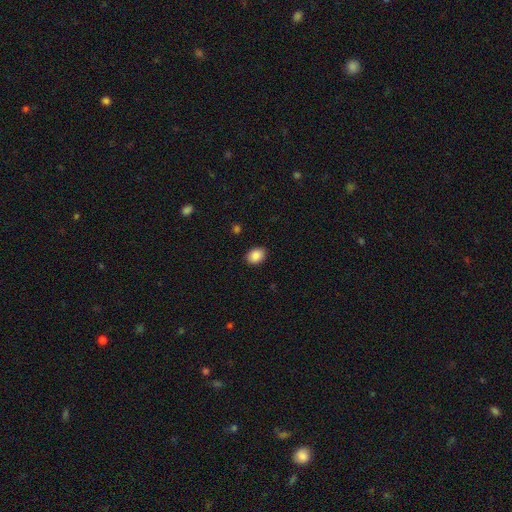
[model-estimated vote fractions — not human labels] A smooth galaxy with no disk features (89%) that is in between round and cigar-shaped (68%).

Vote fractions:
- Smooth or featured? smooth: 89% / star or artifact: 8% / featured or disk: 3%
- How rounded? in between: 68% / round: 31% / cigar-shaped: 1%
- Merging? none: 89% / minor disturbance: 8% / major disturbance: 2% / merger: 1%